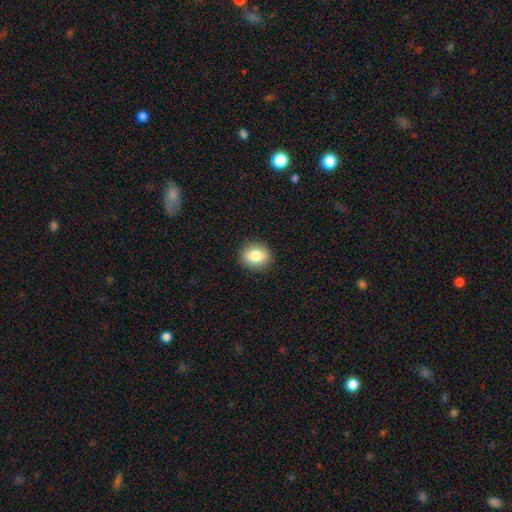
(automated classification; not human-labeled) Smooth or featured: smooth — 82% (star or artifact — 9%)
How rounded: round — 63% (in between — 36%)
Merging: none — 90% (minor disturbance — 7%)